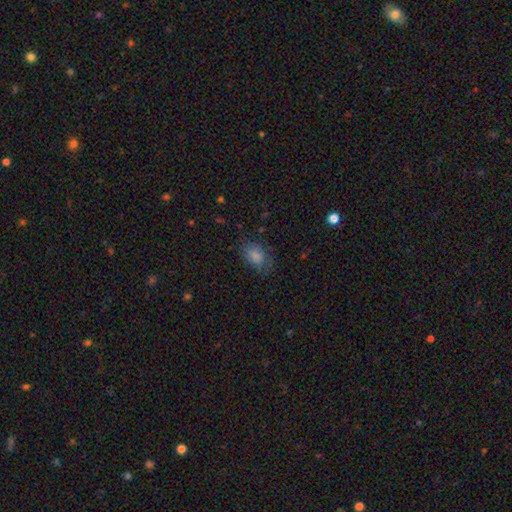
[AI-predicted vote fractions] Morphology: type=smooth (81%); roundness=in between (78%); merging=none (62%).